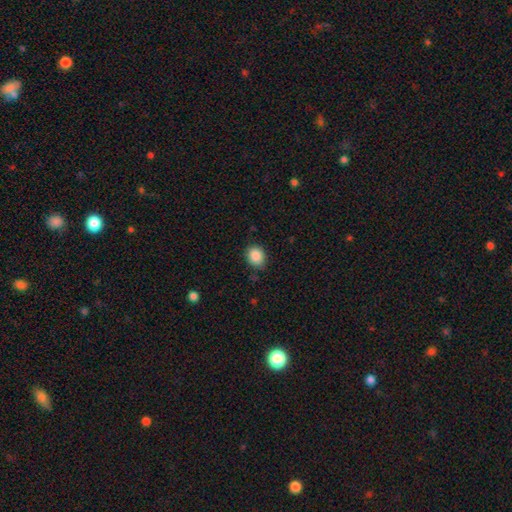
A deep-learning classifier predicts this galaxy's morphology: The model was most divided on "how rounded": round: 59%, in between: 40%, cigar-shaped: 1%. More confident: smooth or featured — smooth (88%); merging — none (82%).